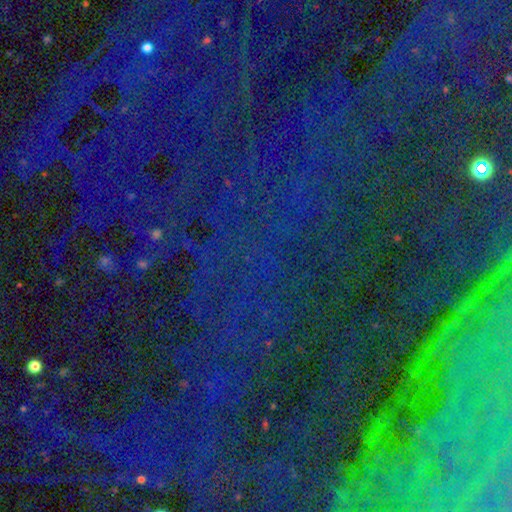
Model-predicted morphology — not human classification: Smooth or featured? star or artifact (82%)